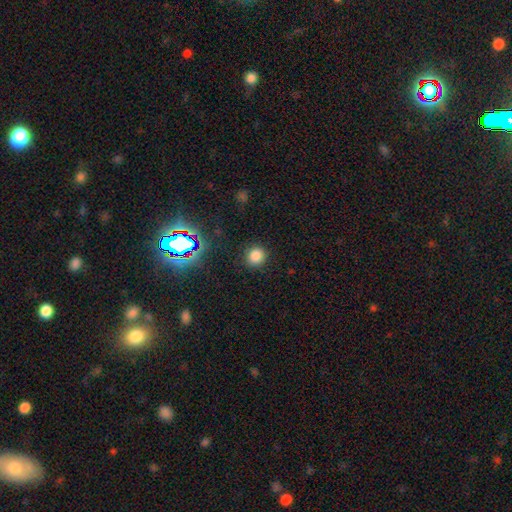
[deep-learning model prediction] This is likely a smooth galaxy (80%). How rounded: clearly round (87%). Merging: clearly none (89%).